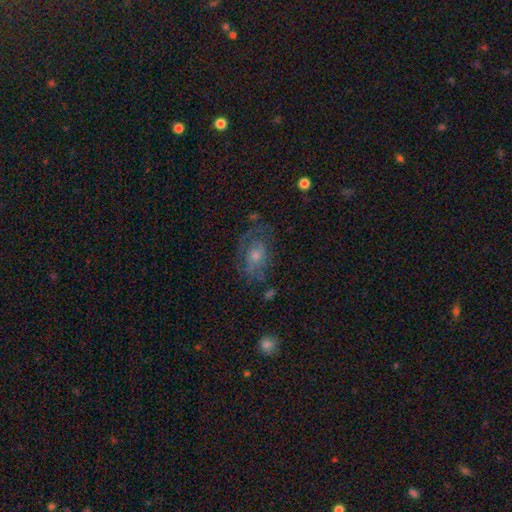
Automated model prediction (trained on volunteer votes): A featured or disk galaxy (59%) with no bar (75%), spiral arms (65%) and a moderate central bulge (48%). Merging: none (58%).